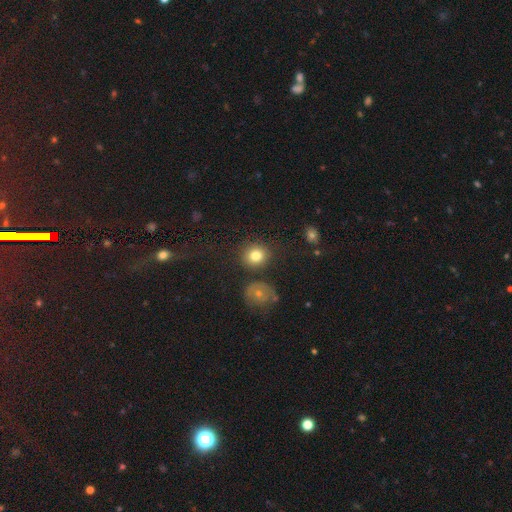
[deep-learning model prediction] Smooth or featured?
  - smooth: 80% *
  - star or artifact: 11%
  - featured or disk: 9%
How rounded?
  - round: 82% *
  - in between: 17%
  - cigar-shaped: 1%
Merging?
  - none: 80% *
  - minor disturbance: 10%
  - merger: 6%
  - major disturbance: 4%